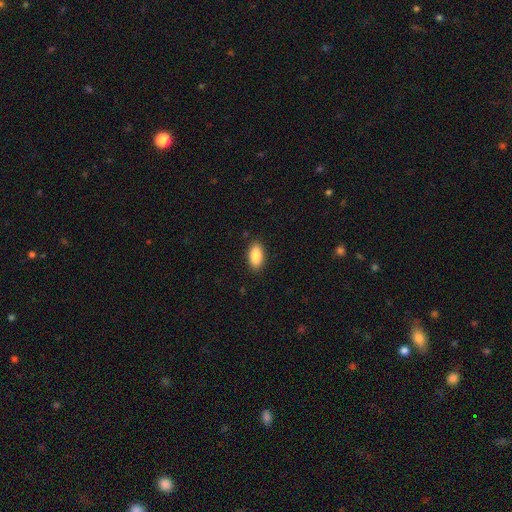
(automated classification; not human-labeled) Smooth or featured? Predicted: smooth (p=0.89). How rounded? Predicted: in between (p=0.92). Merging? Predicted: none (p=0.88).